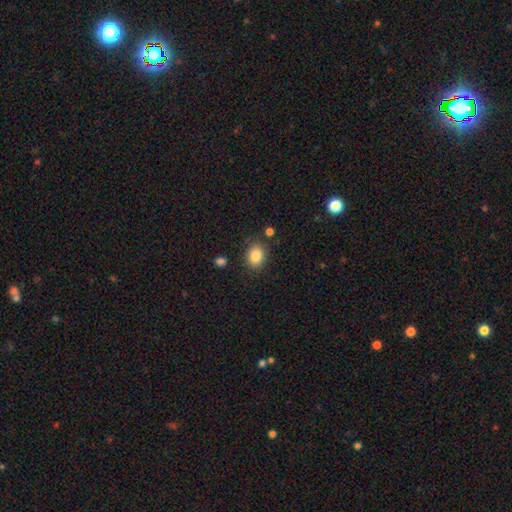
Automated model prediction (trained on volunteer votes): A smooth galaxy with no disk features (85%) that is in between round and cigar-shaped (62%).

Vote fractions:
- Smooth or featured? smooth: 85% / star or artifact: 9% / featured or disk: 6%
- How rounded? in between: 62% / round: 37% / cigar-shaped: 1%
- Merging? none: 82% / minor disturbance: 11% / merger: 3% / major disturbance: 3%